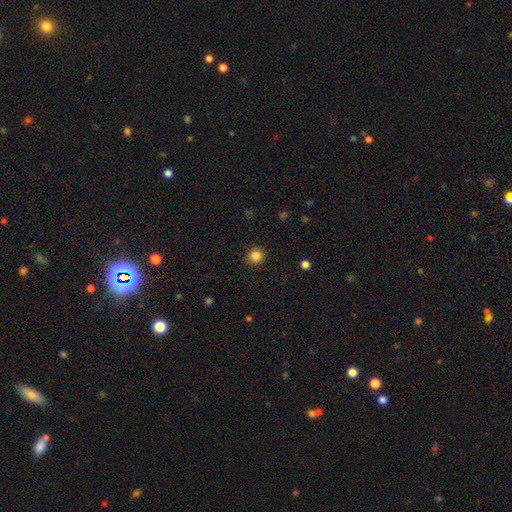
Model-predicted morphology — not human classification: Overall: smooth (85%). How rounded: round (93%). Merging: none (90%).